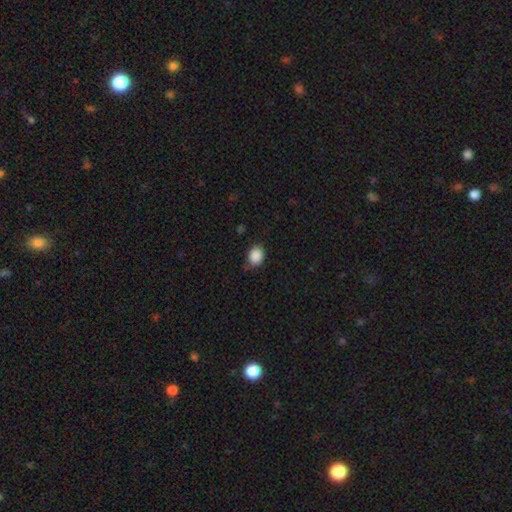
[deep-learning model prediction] A smooth galaxy with no disk features (88%) that is in between round and cigar-shaped (50%).

Vote fractions:
- Smooth or featured? smooth: 88% / star or artifact: 9% / featured or disk: 3%
- How rounded? in between: 50% / round: 49% / cigar-shaped: 1%
- Merging? none: 76% / minor disturbance: 18% / major disturbance: 4% / merger: 2%